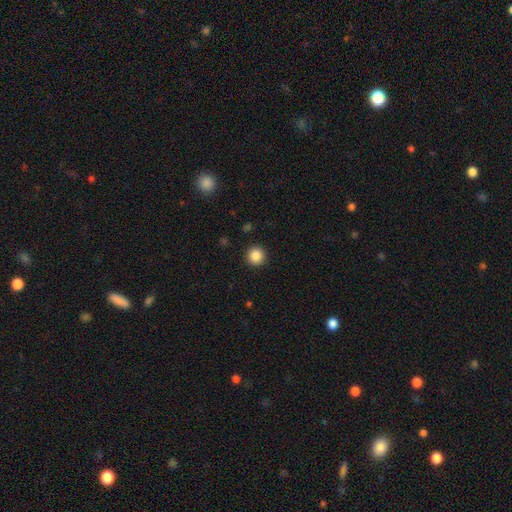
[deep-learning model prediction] A smooth galaxy with no disk features (87%) that is round (95%). Merging: none (93%).